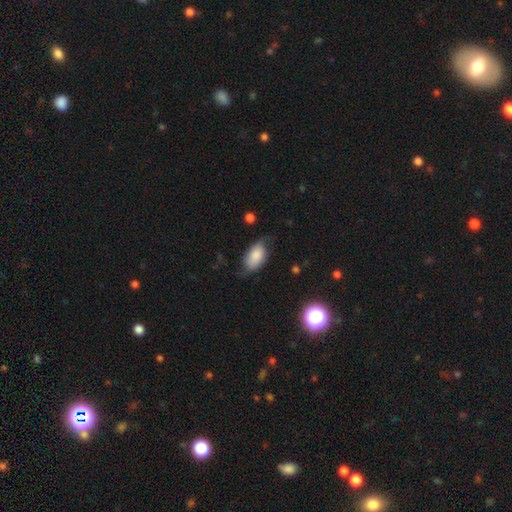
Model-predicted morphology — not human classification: Q: Smooth or featured?
A: smooth (75%); runner-up: featured or disk (17%)
Q: How rounded?
A: in between (92%); runner-up: round (5%)
Q: Merging?
A: none (55%); runner-up: minor disturbance (32%)